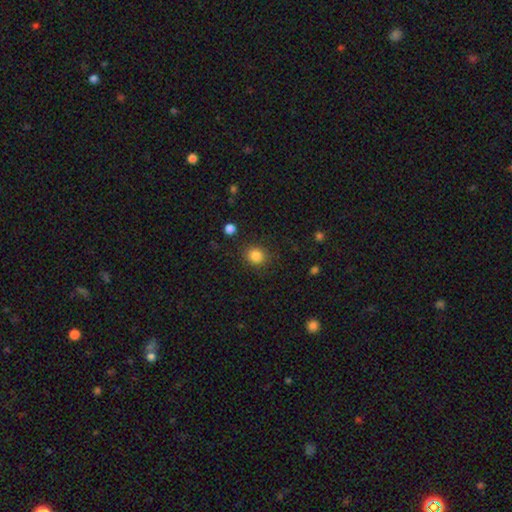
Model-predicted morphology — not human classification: Overall: smooth (85%). How rounded: round (78%). Merging: none (87%).